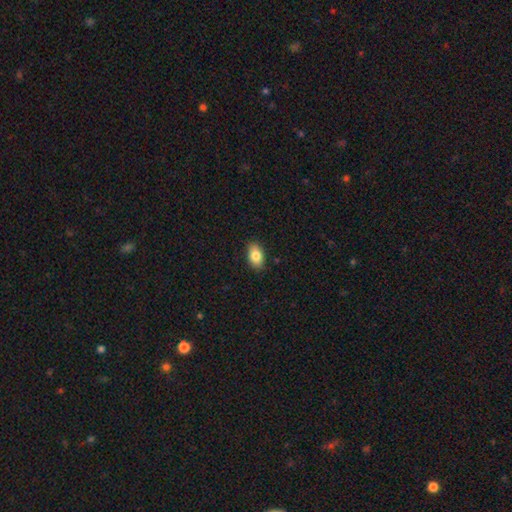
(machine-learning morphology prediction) This appears to be a smooth galaxy with no disk features (83%) that is in between round and cigar-shaped (90%). Merging: none (88%).